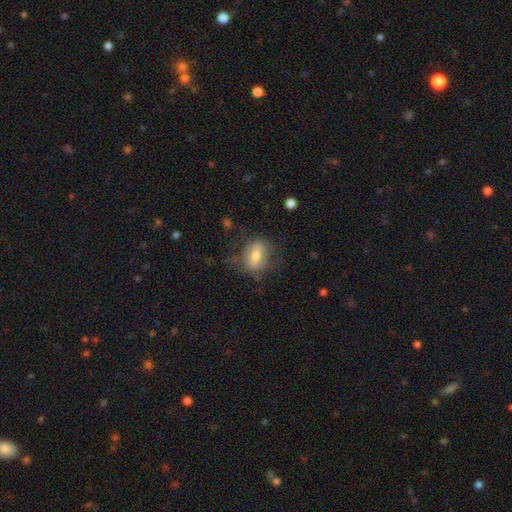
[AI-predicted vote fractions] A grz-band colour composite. It shows a smooth galaxy with no disk features (54%) that is in between round and cigar-shaped (69%). Merging: none (63%).